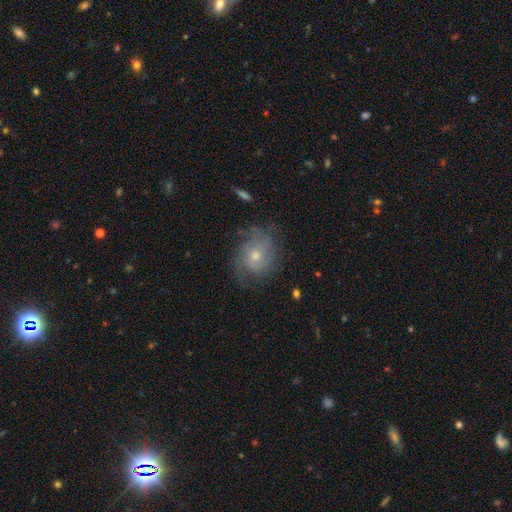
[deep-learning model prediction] Smooth or featured?
  - featured or disk: 58% *
  - smooth: 32%
  - star or artifact: 9%
Edge-on disk?
  - no: 96% *
  - yes: 4%
Bar?
  - no: 76% *
  - weak: 21%
  - strong: 3%
Spiral arms?
  - yes: 80% *
  - no: 20%
Bulge size?
  - small: 51% *
  - moderate: 45%
  - large: 2%
  - none: 1%
  - dominant: 1%
Merging?
  - none: 65% *
  - minor disturbance: 22%
  - major disturbance: 11%
  - merger: 1%